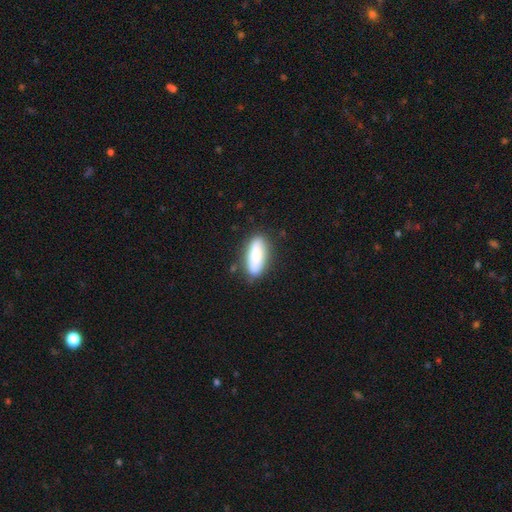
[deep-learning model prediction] The model was most divided on "how rounded": in between: 64%, cigar-shaped: 34%, round: 2%. More confident: merging — none (82%); smooth or featured — smooth (77%).